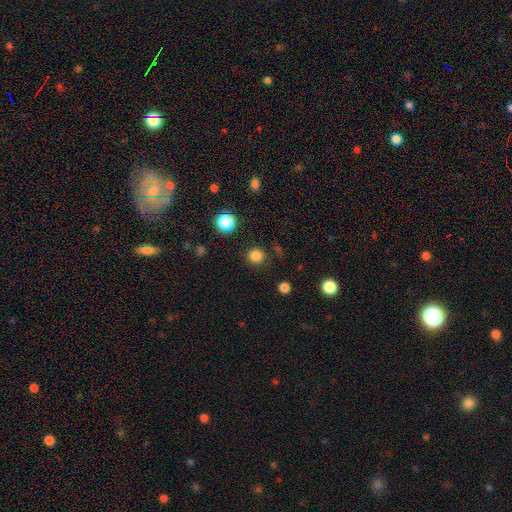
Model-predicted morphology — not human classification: A smooth galaxy with no disk features (82%) that is round (94%).

Vote fractions:
- Smooth or featured? smooth: 82% / star or artifact: 15% / featured or disk: 3%
- How rounded? round: 94% / in between: 5% / cigar-shaped: 1%
- Merging? none: 87% / minor disturbance: 7% / major disturbance: 3% / merger: 2%